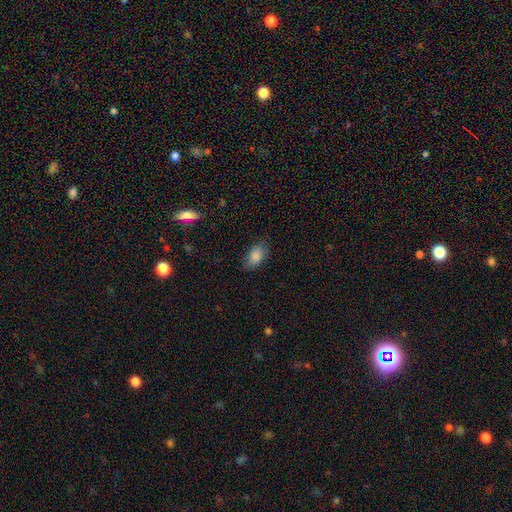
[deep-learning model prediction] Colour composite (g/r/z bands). It shows a smooth galaxy with no disk features (84%) that is in between round and cigar-shaped (90%). Merging: none (73%).